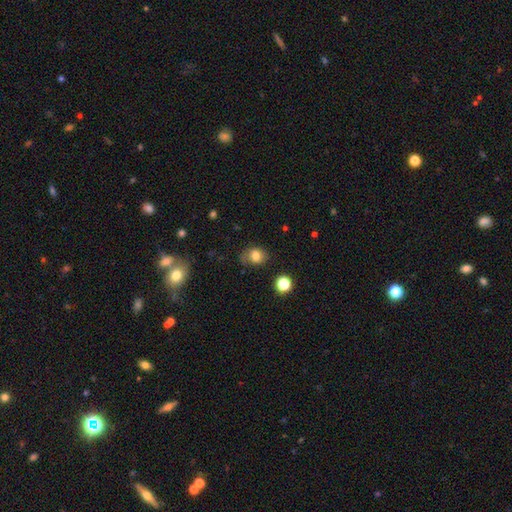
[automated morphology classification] The model was most divided on "how rounded": in between: 51%, round: 48%, cigar-shaped: 1%. More confident: smooth or featured — smooth (78%); merging — none (61%).